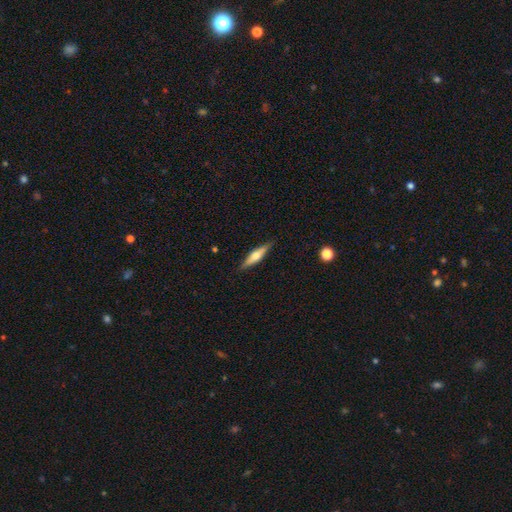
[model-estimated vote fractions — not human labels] smooth-or-featured: featured or disk: 57% | smooth: 38% | star or artifact: 6%
  disk-edge-on: yes: 95% | no: 5%
    edge-on-bulge: rounded: 90% | boxy: 6% | none: 4%
  merging: none: 89% | minor disturbance: 8% | major disturbance: 2% | merger: 1%